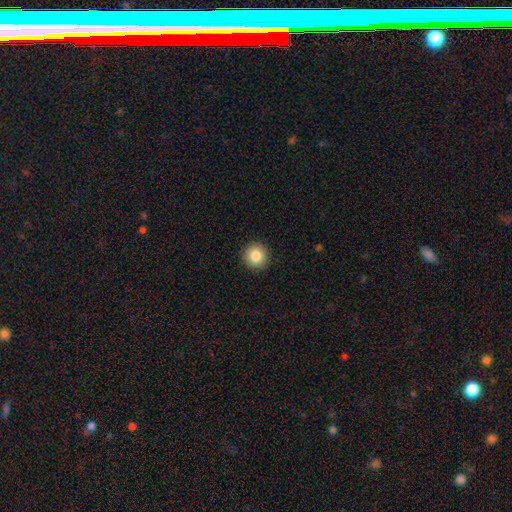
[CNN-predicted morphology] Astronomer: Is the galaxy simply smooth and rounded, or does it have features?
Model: smooth — 85%.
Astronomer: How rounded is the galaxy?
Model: round — 93%.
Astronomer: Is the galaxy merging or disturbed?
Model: none — 92%.